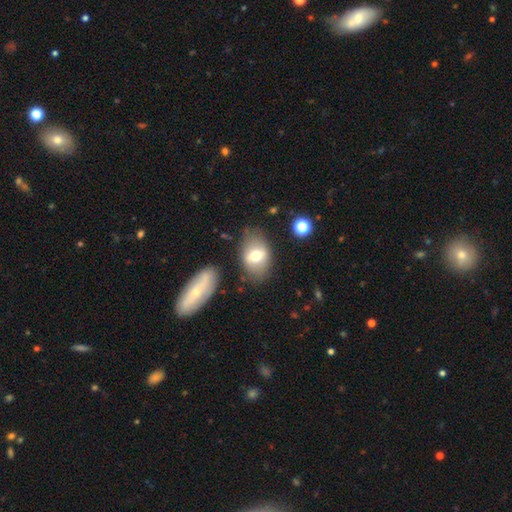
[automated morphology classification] A smooth galaxy with no disk features (62%) that is in between round and cigar-shaped (83%).

Vote fractions:
- Smooth or featured? smooth: 62% / featured or disk: 30% / star or artifact: 8%
- How rounded? in between: 83% / round: 15% / cigar-shaped: 2%
- Merging? none: 73% / minor disturbance: 16% / merger: 6% / major disturbance: 5%